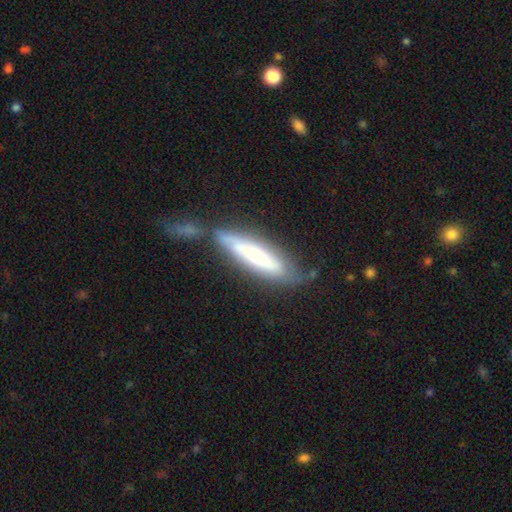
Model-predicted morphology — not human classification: smooth 48%, featured or disk 45%, star or artifact 6%. Down the decision tree: merging — none (50%).